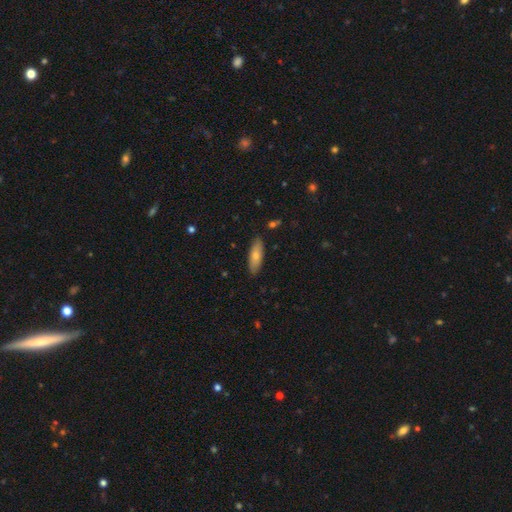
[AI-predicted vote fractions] Smooth or featured: smooth — 75% (featured or disk — 19%)
How rounded: in between — 56% (cigar-shaped — 42%)
Merging: none — 87% (minor disturbance — 10%)